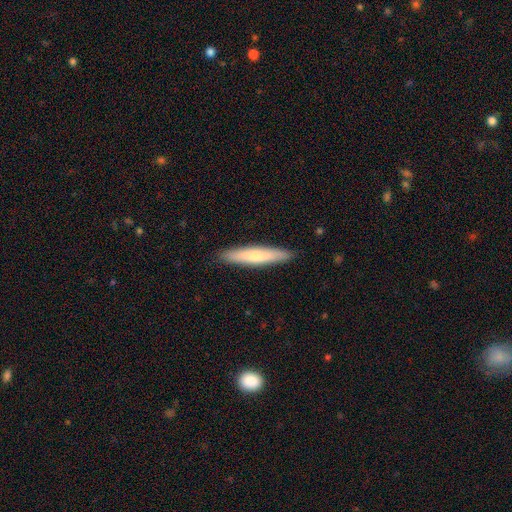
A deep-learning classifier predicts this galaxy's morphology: smooth 63%, featured or disk 32%, star or artifact 5%. Down the decision tree: how rounded — cigar-shaped (90%); merging — none (91%).